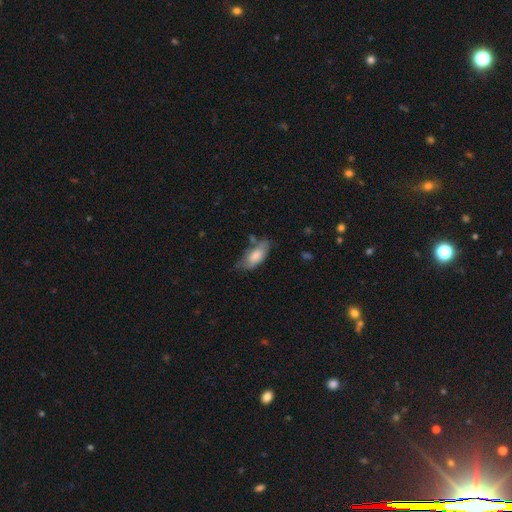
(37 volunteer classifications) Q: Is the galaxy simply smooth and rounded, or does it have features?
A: smooth — 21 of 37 (57%).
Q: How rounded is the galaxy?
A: in between — 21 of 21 (100%).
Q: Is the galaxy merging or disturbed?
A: none — 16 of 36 (44%).